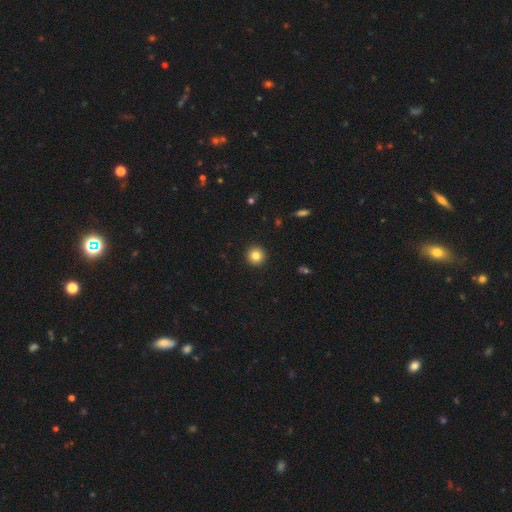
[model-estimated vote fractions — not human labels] smooth_or_featured: smooth (p=0.83) [alt: star or artifact p=0.11]
how_rounded: round (p=0.95) [alt: in between p=0.04]
merging: none (p=0.93) [alt: minor disturbance p=0.04]